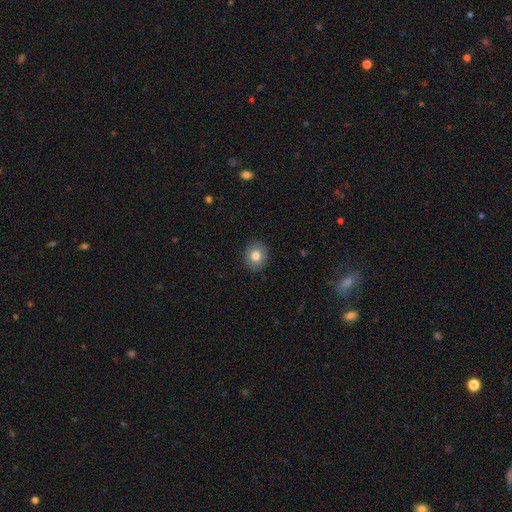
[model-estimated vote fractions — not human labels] Q: Smooth or featured?
A: smooth (79%); runner-up: featured or disk (11%)
Q: How rounded?
A: round (75%); runner-up: in between (24%)
Q: Merging?
A: none (90%); runner-up: minor disturbance (7%)